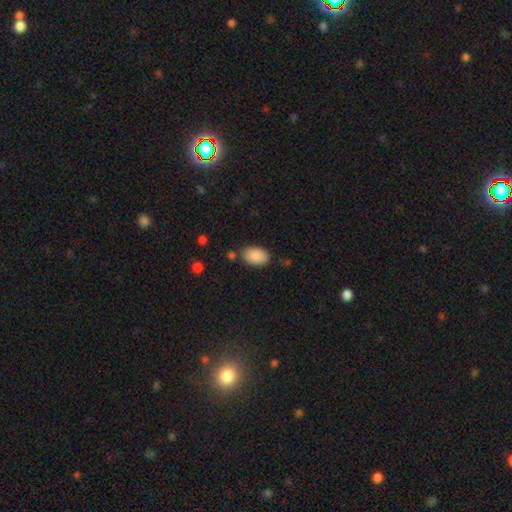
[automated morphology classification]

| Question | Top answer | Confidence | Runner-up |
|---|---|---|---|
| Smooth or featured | smooth | 89% | star or artifact (7%) |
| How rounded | in between | 92% | round (6%) |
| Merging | none | 78% | minor disturbance (14%) |